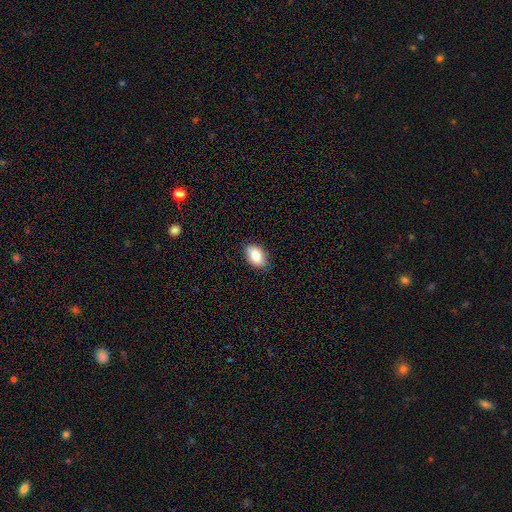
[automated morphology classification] Smooth or featured? Predicted: smooth (p=0.85). How rounded? Predicted: in between (p=0.90). Merging? Predicted: none (p=0.85).